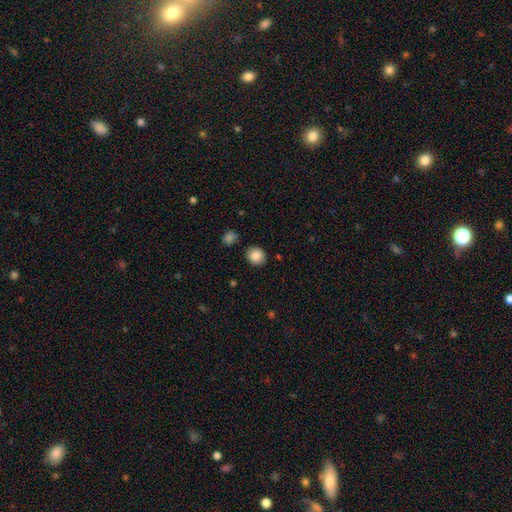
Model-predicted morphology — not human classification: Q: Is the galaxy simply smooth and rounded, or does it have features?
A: smooth — 87%.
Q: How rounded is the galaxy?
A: round — 76%.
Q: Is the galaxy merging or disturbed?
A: none — 87%.